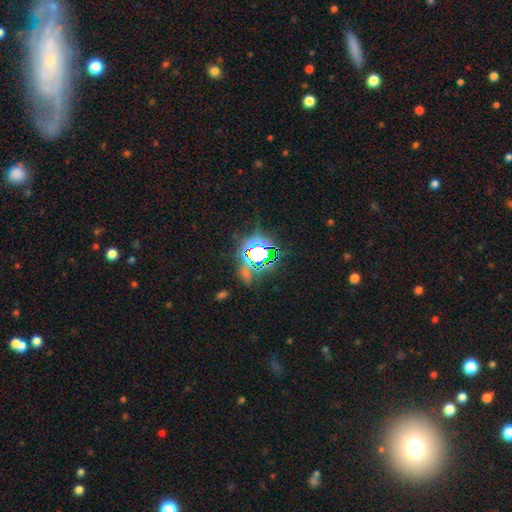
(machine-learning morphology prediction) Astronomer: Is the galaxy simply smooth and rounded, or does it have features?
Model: star or artifact — 74%.